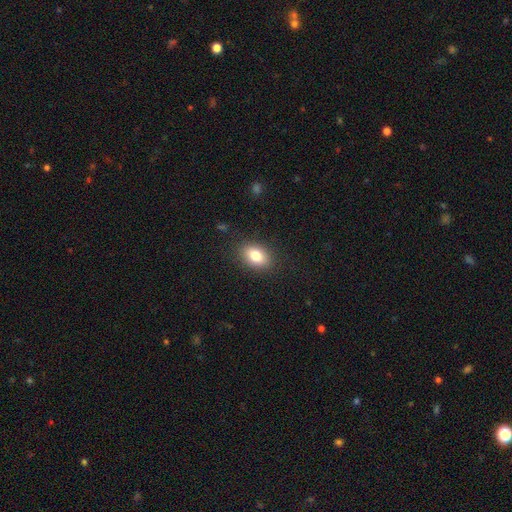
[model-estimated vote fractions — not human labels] Smooth or featured: smooth — 82% (featured or disk — 10%)
How rounded: in between — 84% (round — 14%)
Merging: none — 87% (minor disturbance — 9%)